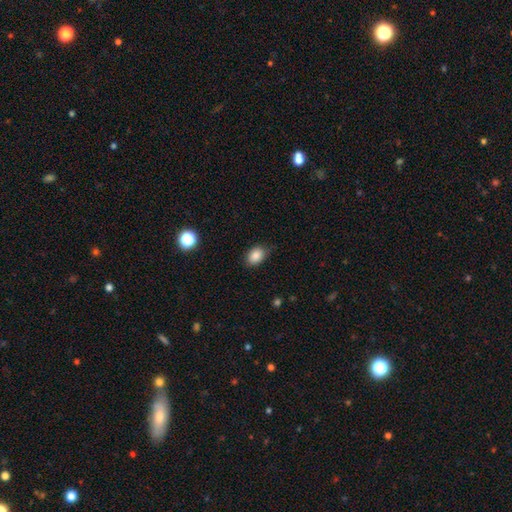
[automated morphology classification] This is clearly a smooth galaxy (86%). How rounded: likely in between (76%). Merging: clearly none (80%).